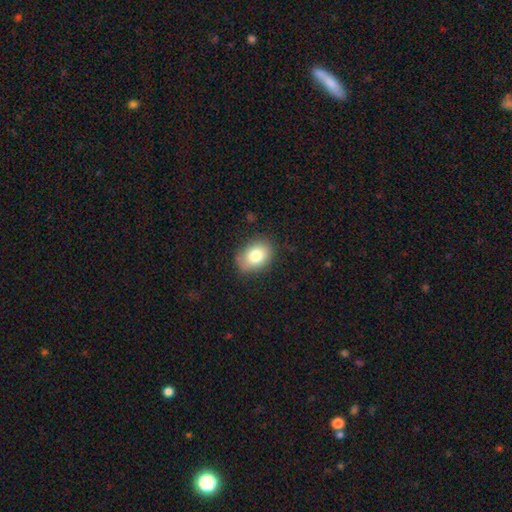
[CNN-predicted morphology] Smooth or featured? Predicted: smooth (p=0.79). How rounded? Predicted: in between (p=0.71). Merging? Predicted: none (p=0.80).